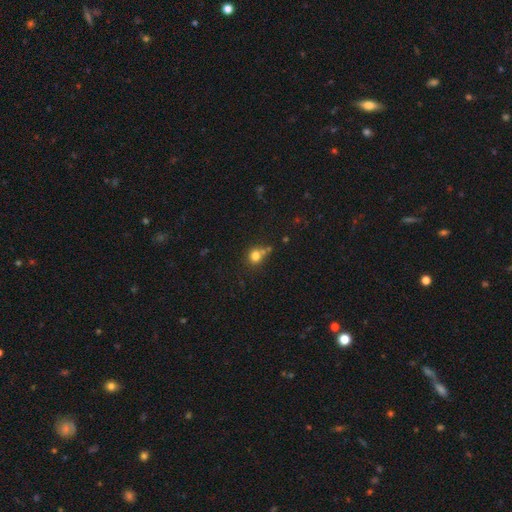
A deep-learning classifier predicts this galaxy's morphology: smooth-or-featured: smooth: 78% | star or artifact: 14% | featured or disk: 8%
  how-rounded: round: 84% | in between: 15% | cigar-shaped: 1%
  merging: none: 58% | merger: 21% | minor disturbance: 15% | major disturbance: 6%